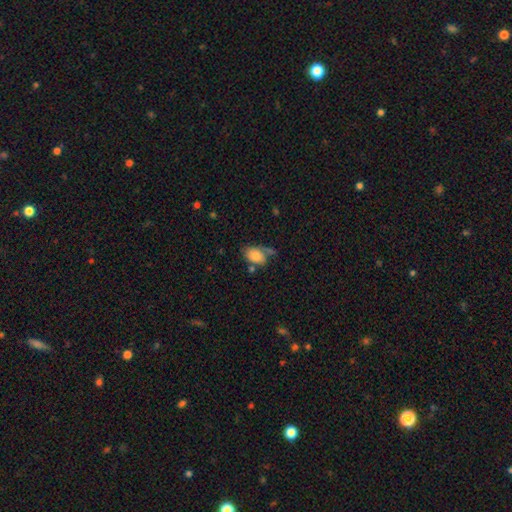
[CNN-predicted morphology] Smooth or featured: smooth — 81% (featured or disk — 11%)
How rounded: in between — 86% (round — 13%)
Merging: none — 46% (minor disturbance — 26%)